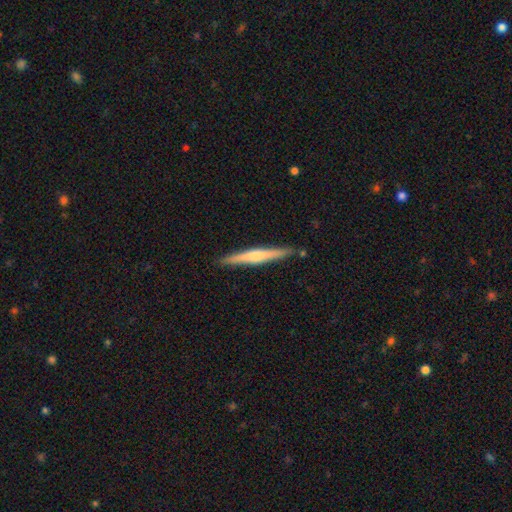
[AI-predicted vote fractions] Smooth or featured? Predicted: featured or disk (p=0.58). Edge-on disk? Predicted: yes (p=0.98). Edge-on bulge? Predicted: rounded (p=0.68). Merging? Predicted: none (p=0.89).